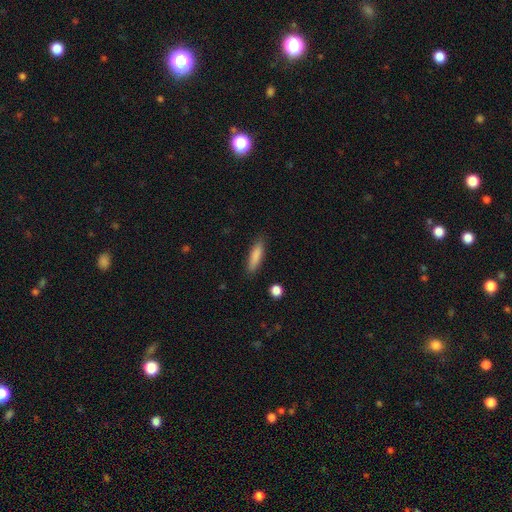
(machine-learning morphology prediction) This is clearly a smooth galaxy (85%). How rounded: likely cigar-shaped (69%). Merging: clearly none (85%).